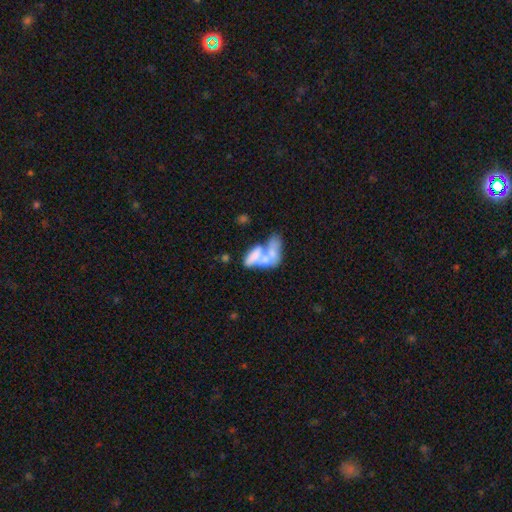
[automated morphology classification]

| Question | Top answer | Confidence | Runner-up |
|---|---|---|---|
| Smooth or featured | featured or disk | 49% | smooth (33%) |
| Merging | merger | 57% | none (19%) |